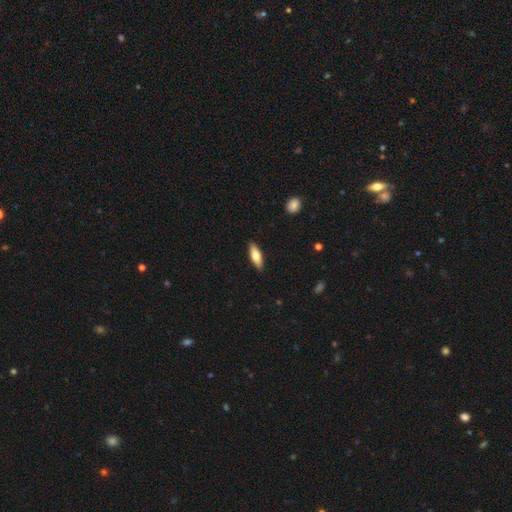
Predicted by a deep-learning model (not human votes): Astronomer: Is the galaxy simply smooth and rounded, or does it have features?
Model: smooth — 68%.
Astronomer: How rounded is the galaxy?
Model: in between — 61% (runner-up: cigar-shaped, 37%).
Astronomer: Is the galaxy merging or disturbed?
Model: none — 89%.